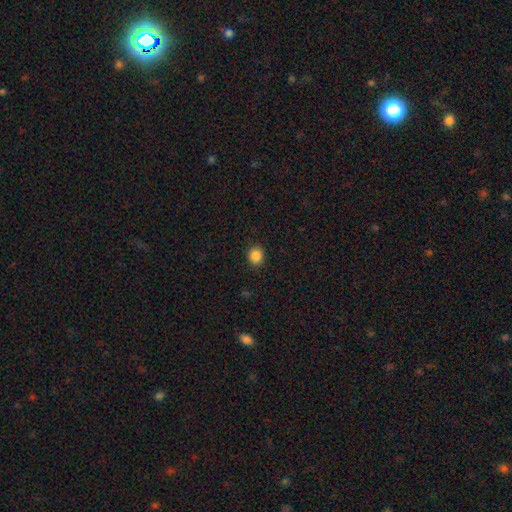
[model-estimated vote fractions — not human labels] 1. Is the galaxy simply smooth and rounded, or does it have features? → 86% smooth, 11% star or artifact, 3% featured or disk.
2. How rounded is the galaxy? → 85% round, 14% in between, 1% cigar-shaped.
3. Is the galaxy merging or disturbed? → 91% none, 6% minor disturbance, 2% major disturbance, 1% merger.